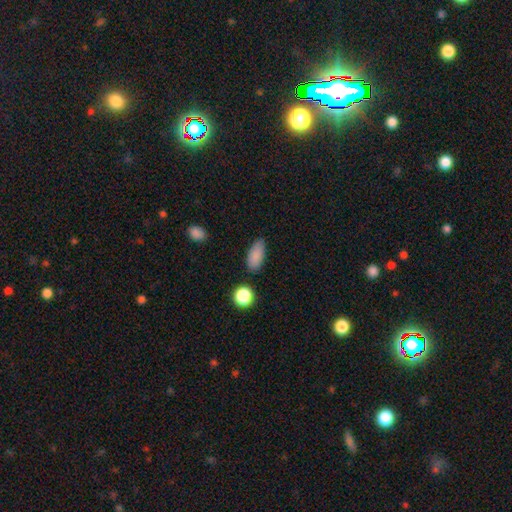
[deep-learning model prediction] Q: Smooth or featured?
A: smooth (86%); runner-up: star or artifact (9%)
Q: How rounded?
A: in between (87%); runner-up: cigar-shaped (9%)
Q: Merging?
A: none (80%); runner-up: minor disturbance (14%)